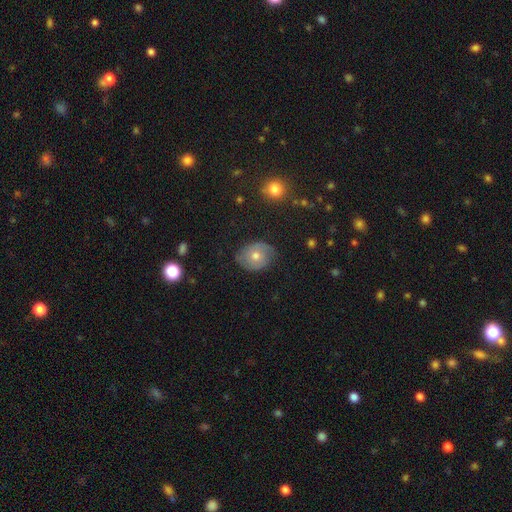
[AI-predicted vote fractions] featured or disk 46%, smooth 43%, star or artifact 11%. Down the decision tree: merging — none (76%).